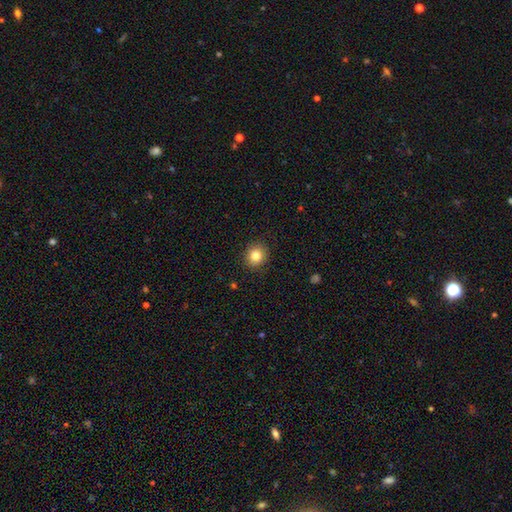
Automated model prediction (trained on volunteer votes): Smooth or featured? Predicted: smooth (p=0.83). How rounded? Predicted: round (p=0.86). Merging? Predicted: none (p=0.91).